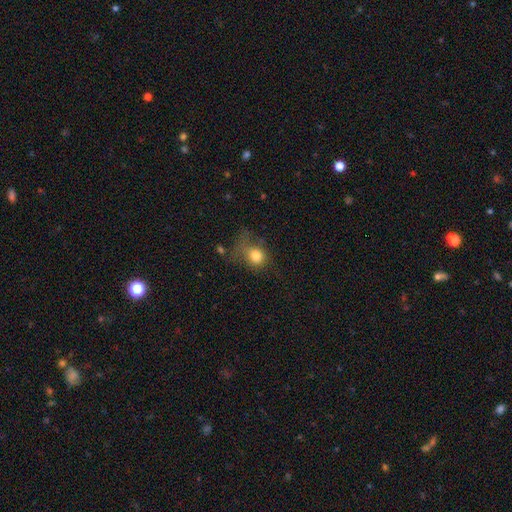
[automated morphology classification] Smooth or featured: smooth — 78% (star or artifact — 11%)
How rounded: round — 63% (in between — 35%)
Merging: none — 37% (major disturbance — 31%)